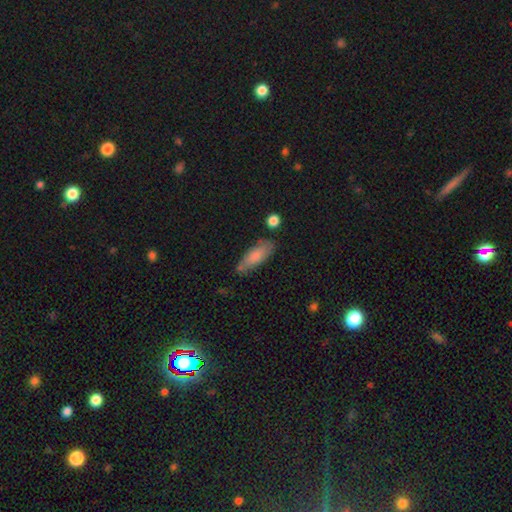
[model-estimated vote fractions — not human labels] smooth 79%, featured or disk 15%, star or artifact 6%. Down the decision tree: how rounded — in between (64%); merging — none (66%).